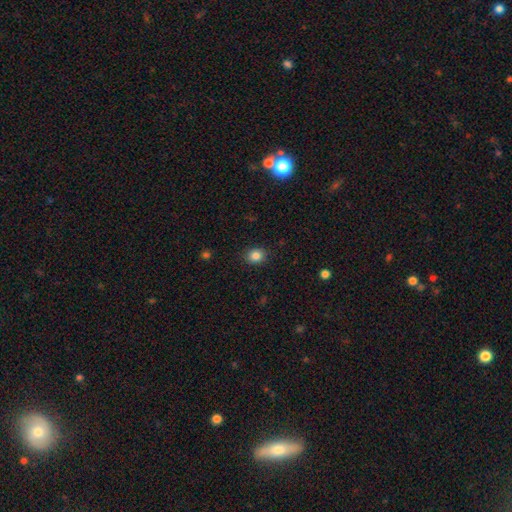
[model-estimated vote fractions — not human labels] smooth-or-featured: smooth: 85% | star or artifact: 10% | featured or disk: 5%
  how-rounded: round: 66% | in between: 34% | cigar-shaped: 1%
  merging: none: 89% | minor disturbance: 8% | major disturbance: 2% | merger: 1%